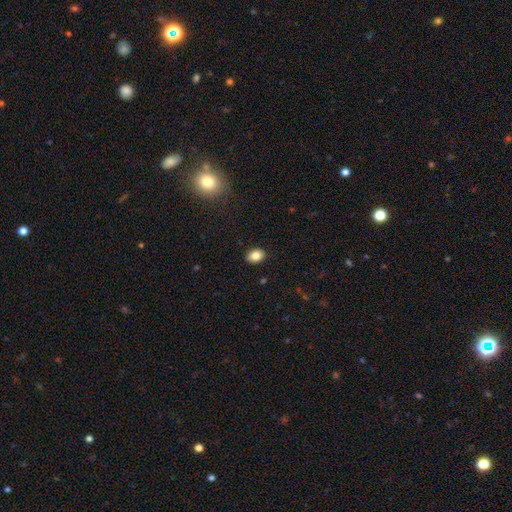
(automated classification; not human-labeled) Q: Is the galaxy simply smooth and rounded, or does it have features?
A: smooth — 84%.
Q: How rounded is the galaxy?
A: in between — 77%.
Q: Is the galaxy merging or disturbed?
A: none — 89%.